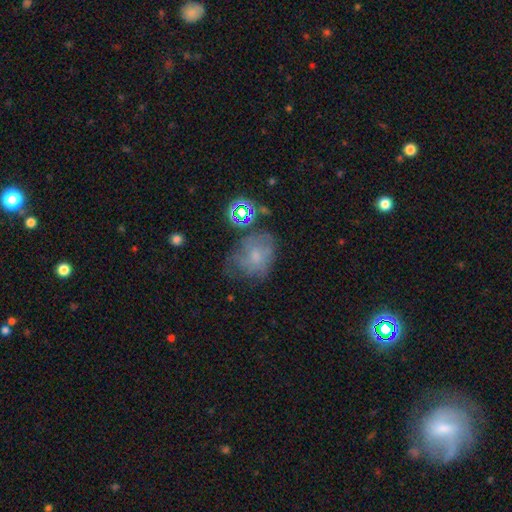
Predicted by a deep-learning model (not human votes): This appears to be a smooth galaxy with no disk features (48%). Merging: none (43%).